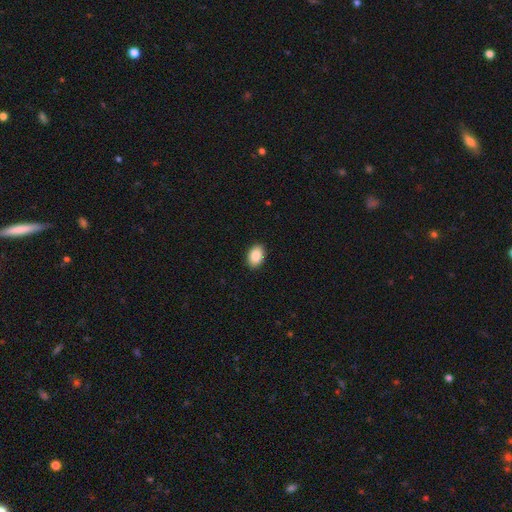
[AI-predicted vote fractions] Smooth or featured? smooth (87%)
How rounded? in between (84%)
Merging? none (91%)